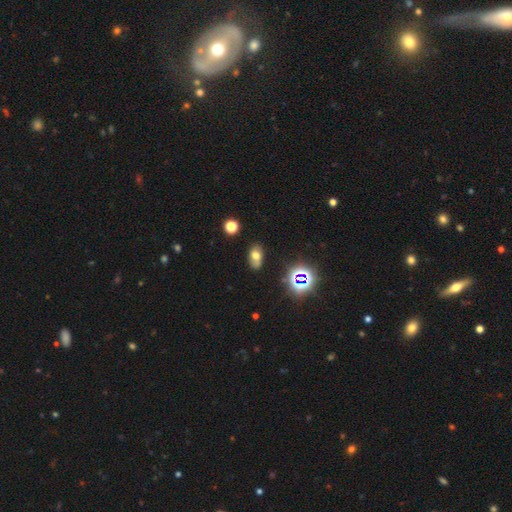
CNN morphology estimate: smooth-or-featured: smooth: 63% | star or artifact: 20% | featured or disk: 17%
  how-rounded: in between: 87% | round: 11% | cigar-shaped: 2%
  merging: none: 71% | minor disturbance: 19% | merger: 5% | major disturbance: 5%